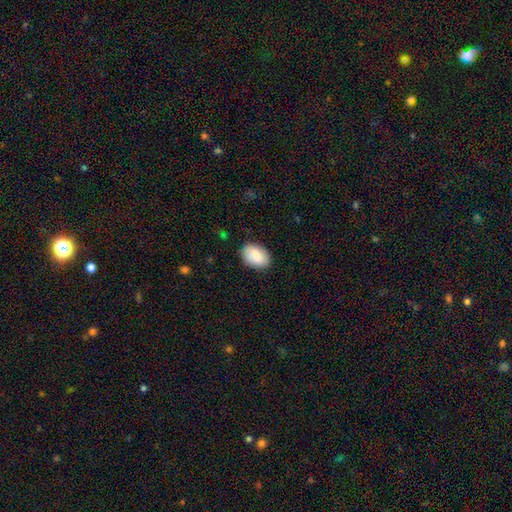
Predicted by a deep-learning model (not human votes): smooth-or-featured: smooth: 82% | featured or disk: 11% | star or artifact: 6%
  how-rounded: in between: 87% | round: 12% | cigar-shaped: 1%
  merging: none: 84% | minor disturbance: 13% | major disturbance: 3% | merger: 1%